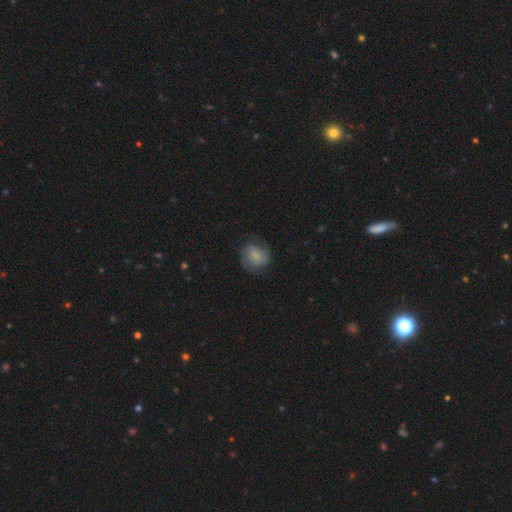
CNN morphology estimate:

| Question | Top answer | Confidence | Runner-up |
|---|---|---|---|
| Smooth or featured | smooth | 52% | featured or disk (39%) |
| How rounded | round | 70% | in between (29%) |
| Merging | none | 73% | minor disturbance (17%) |